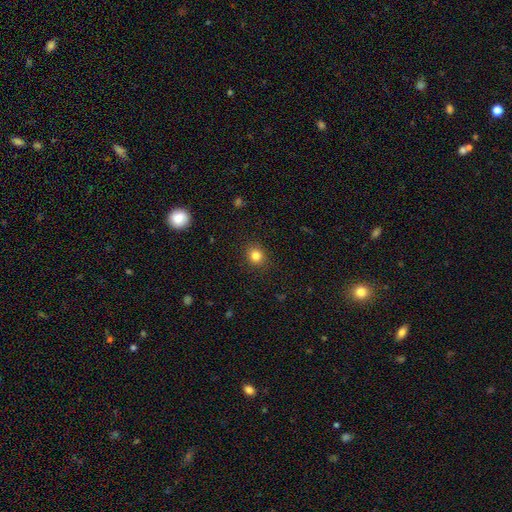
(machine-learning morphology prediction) This appears to be a smooth galaxy with no disk features (83%) that is round (82%). Merging: none (90%).